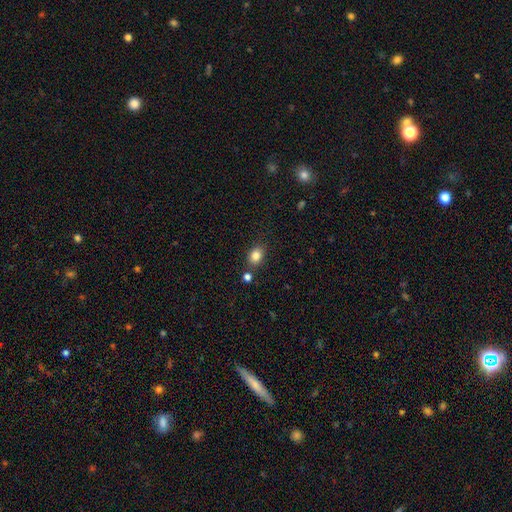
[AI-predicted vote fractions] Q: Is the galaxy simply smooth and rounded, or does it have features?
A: smooth — 83%.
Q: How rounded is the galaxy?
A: in between — 62%.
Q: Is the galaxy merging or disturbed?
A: none — 76%.